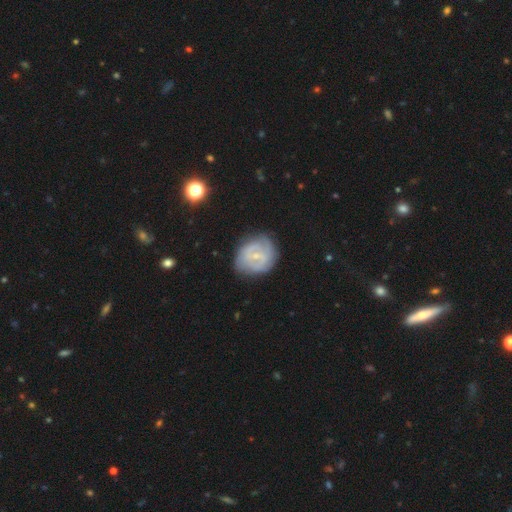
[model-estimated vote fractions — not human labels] Smooth or featured?
  - featured or disk: 67% *
  - smooth: 27%
  - star or artifact: 7%
Edge-on disk?
  - no: 97% *
  - yes: 3%
Bar?
  - weak: 49% *
  - no: 39%
  - strong: 12%
Spiral arms?
  - yes: 74% *
  - no: 26%
Bulge size?
  - small: 73% *
  - moderate: 22%
  - none: 4%
  - large: 1%
  - dominant: 1%
Merging?
  - none: 69% *
  - minor disturbance: 22%
  - major disturbance: 8%
  - merger: 2%